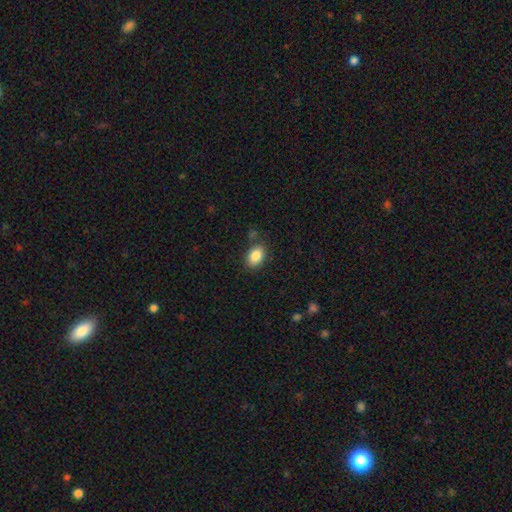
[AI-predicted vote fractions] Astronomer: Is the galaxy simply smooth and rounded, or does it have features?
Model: smooth — 86%.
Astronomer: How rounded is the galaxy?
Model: in between — 83%.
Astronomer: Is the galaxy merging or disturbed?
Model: none — 79%.